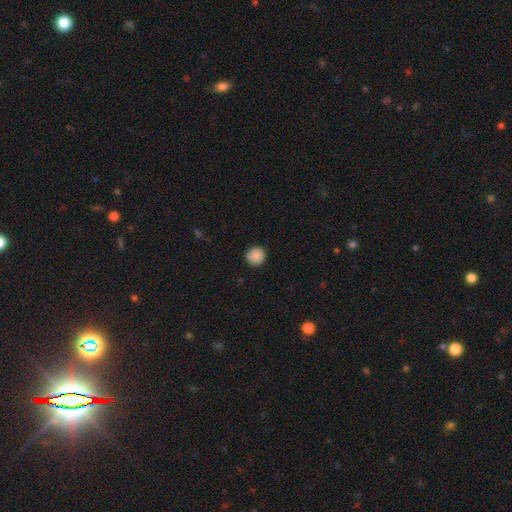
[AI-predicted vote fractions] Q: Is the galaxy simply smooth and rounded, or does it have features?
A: smooth — 88%.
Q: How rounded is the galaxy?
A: round — 92%.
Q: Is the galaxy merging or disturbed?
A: none — 88%.